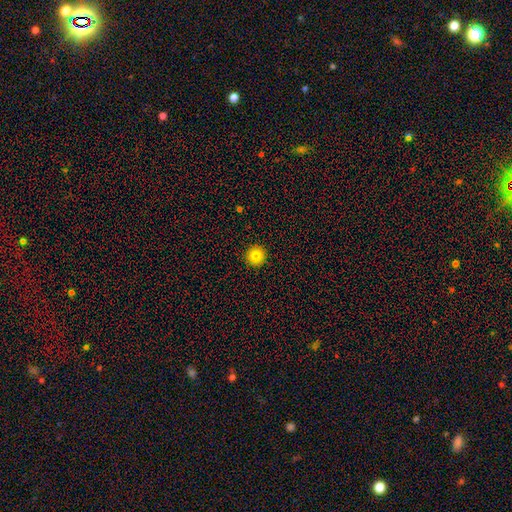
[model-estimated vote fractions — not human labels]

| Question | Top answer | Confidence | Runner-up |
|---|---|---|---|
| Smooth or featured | smooth | 81% | star or artifact (12%) |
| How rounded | round | 96% | in between (3%) |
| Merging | none | 93% | minor disturbance (4%) |